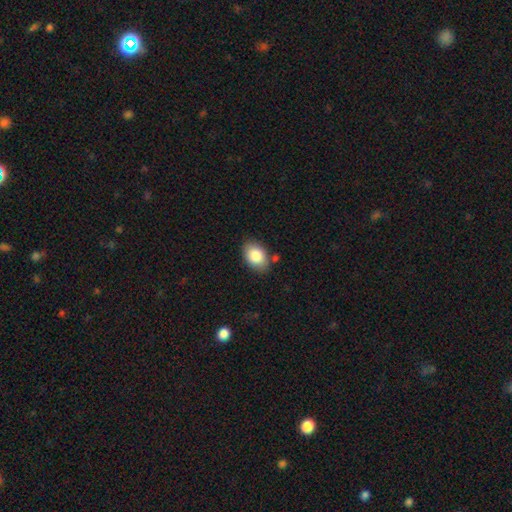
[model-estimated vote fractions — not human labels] The model was most divided on "merging": none: 81%, minor disturbance: 13%, merger: 3%, major disturbance: 3%. More confident: smooth or featured — smooth (85%); how rounded — in between (85%).